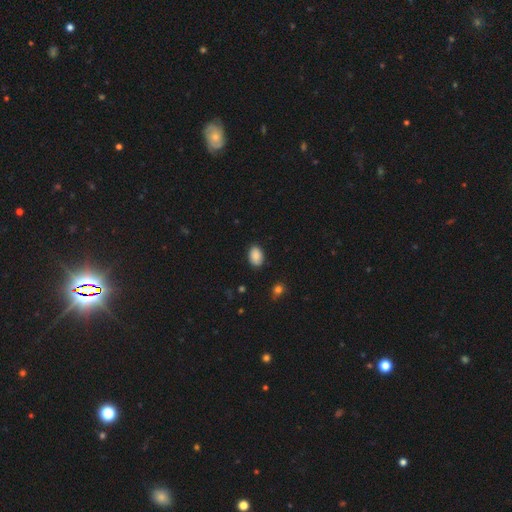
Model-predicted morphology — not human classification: This is clearly a smooth galaxy (89%). How rounded: clearly in between (85%). Merging: clearly none (86%).